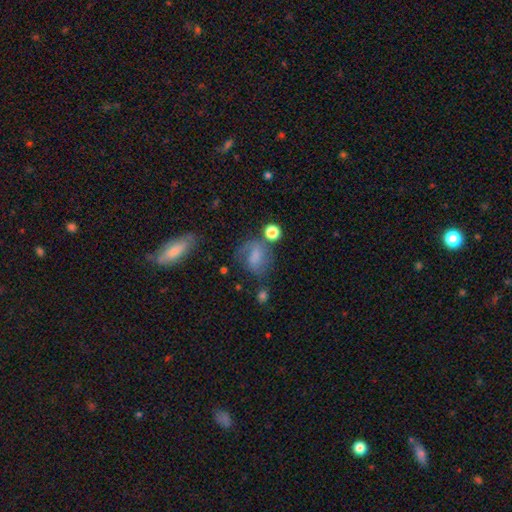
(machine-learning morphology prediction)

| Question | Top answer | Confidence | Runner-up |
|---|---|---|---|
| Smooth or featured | smooth | 50% | featured or disk (36%) |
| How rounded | in between | 56% | round (41%) |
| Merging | none | 45% | minor disturbance (24%) |